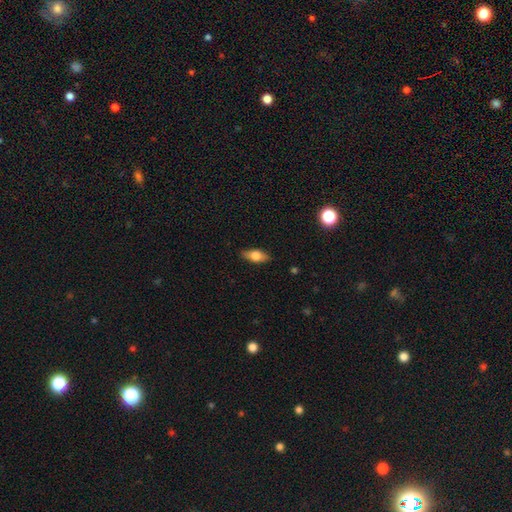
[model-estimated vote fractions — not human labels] Smooth or featured? Predicted: smooth (p=0.62). How rounded? Predicted: in between (p=0.78). Merging? Predicted: none (p=0.86).